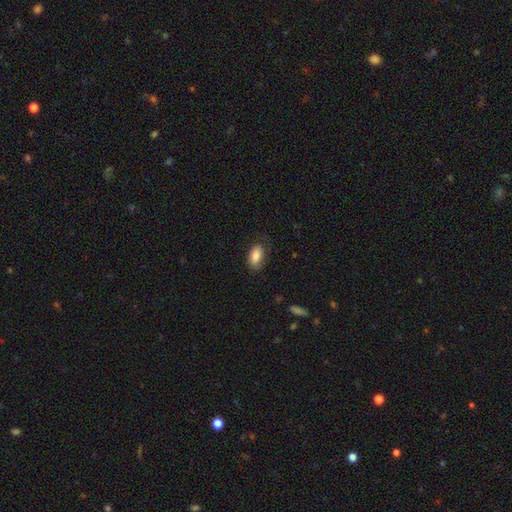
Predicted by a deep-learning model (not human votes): This appears to be a smooth galaxy with no disk features (84%) that is in between round and cigar-shaped (92%). Merging: none (69%).